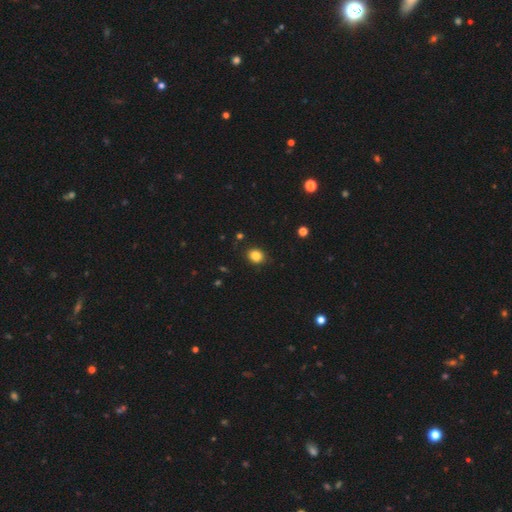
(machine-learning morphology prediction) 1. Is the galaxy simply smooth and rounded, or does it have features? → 85% smooth, 11% star or artifact, 5% featured or disk.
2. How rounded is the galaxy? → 63% round, 36% in between, 1% cigar-shaped.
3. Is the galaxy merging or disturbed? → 87% none, 9% minor disturbance, 2% major disturbance, 1% merger.